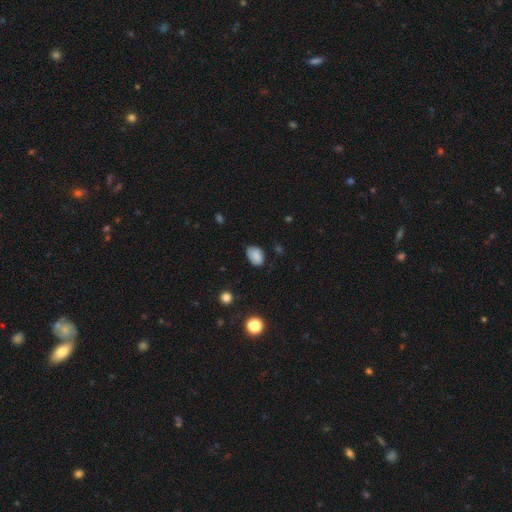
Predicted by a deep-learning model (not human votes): Smooth or featured? smooth (83%)
How rounded? in between (81%)
Merging? none (73%)